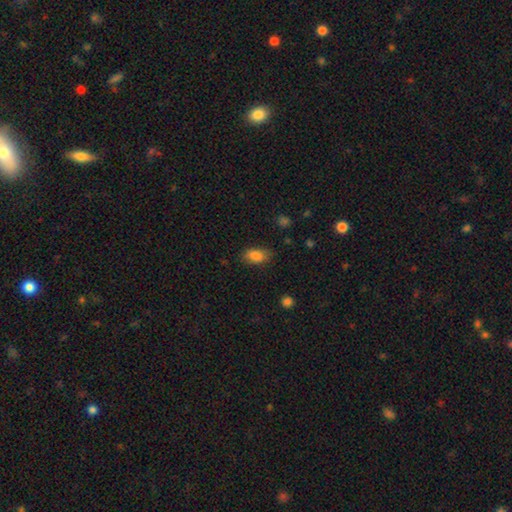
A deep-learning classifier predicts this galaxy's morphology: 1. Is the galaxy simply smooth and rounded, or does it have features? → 84% smooth, 8% star or artifact, 8% featured or disk.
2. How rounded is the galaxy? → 89% in between, 6% round, 5% cigar-shaped.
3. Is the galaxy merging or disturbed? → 77% none, 18% minor disturbance, 4% major disturbance, 1% merger.